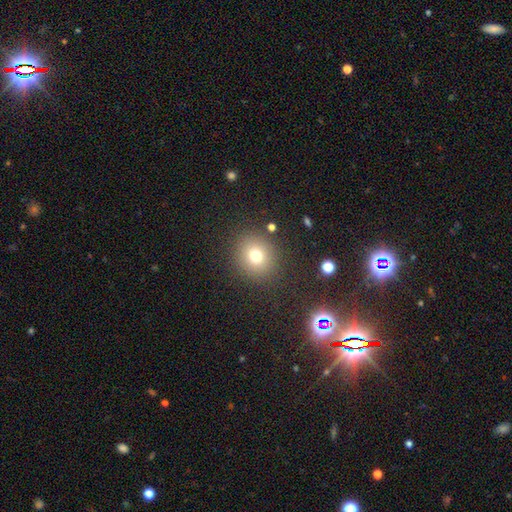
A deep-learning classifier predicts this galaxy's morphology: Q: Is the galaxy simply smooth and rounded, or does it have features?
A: smooth — 74%.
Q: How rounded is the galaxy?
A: round — 84%.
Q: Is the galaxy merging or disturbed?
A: none — 87%.